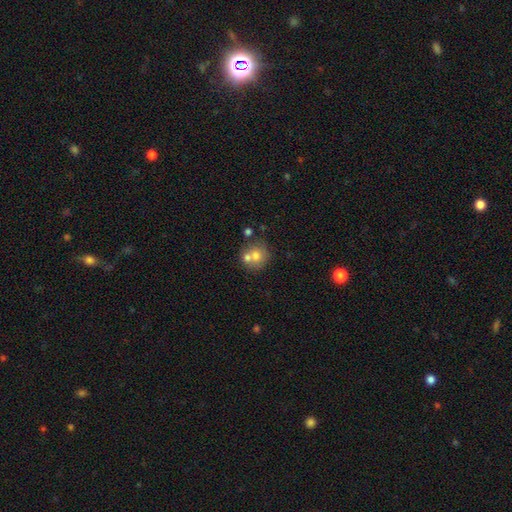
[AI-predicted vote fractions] Smooth or featured? smooth (67%)
How rounded? round (84%)
Merging? none (46%)